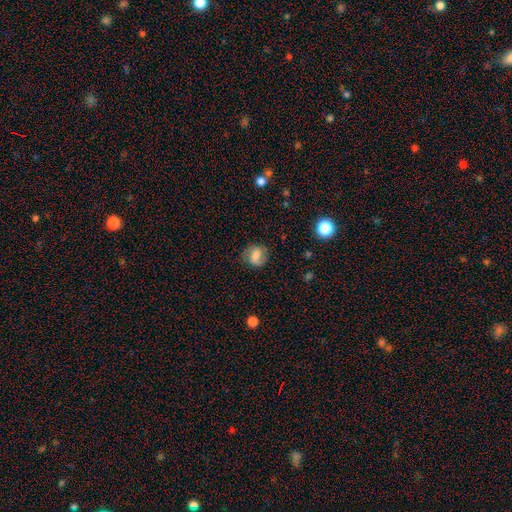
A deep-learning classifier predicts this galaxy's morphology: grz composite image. It shows a smooth galaxy with no disk features (52%) that is round (65%). Merging: none (73%).